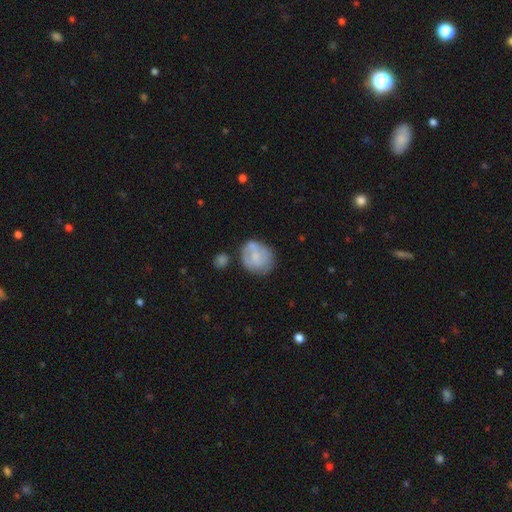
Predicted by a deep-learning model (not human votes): The model was most divided on "smooth or featured": smooth: 58%, featured or disk: 35%, star or artifact: 7%. More confident: how rounded — round (70%); merging — none (59%).